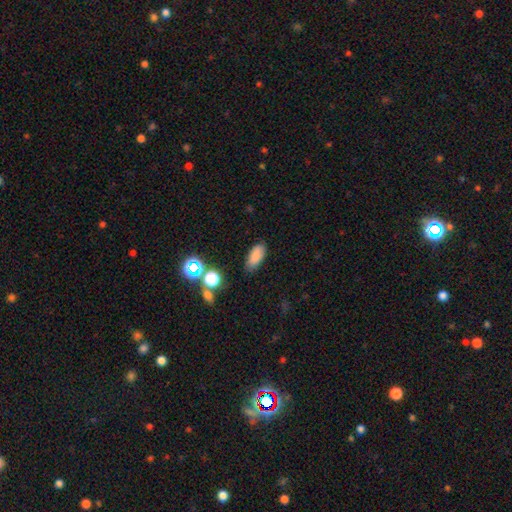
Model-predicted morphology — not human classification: smooth 83%, star or artifact 11%, featured or disk 6%. Down the decision tree: how rounded — in between (86%); merging — none (81%).